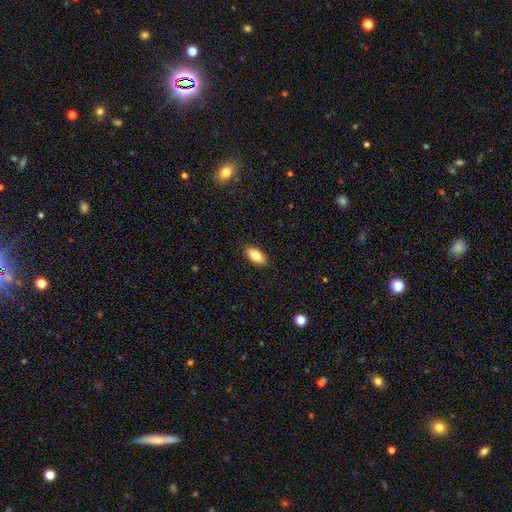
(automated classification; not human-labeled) Smooth or featured?
  - smooth: 83% *
  - featured or disk: 10%
  - star or artifact: 7%
How rounded?
  - in between: 90% *
  - cigar-shaped: 8%
  - round: 3%
Merging?
  - none: 90% *
  - minor disturbance: 8%
  - major disturbance: 2%
  - merger: 1%